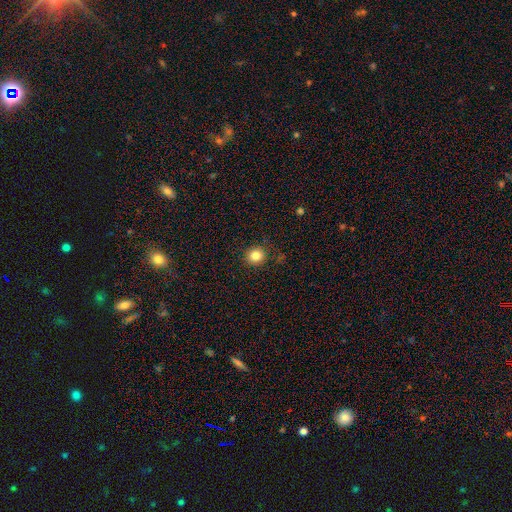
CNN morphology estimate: This is clearly a smooth galaxy (83%). How rounded: clearly round (88%). Merging: clearly none (89%).